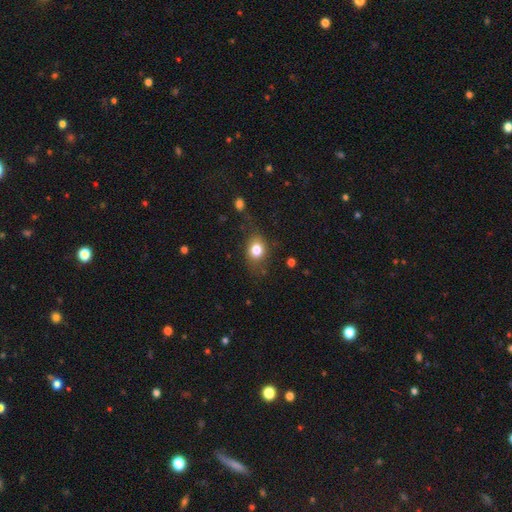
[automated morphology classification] Smooth or featured? Predicted: smooth (p=0.77). How rounded? Predicted: in between (p=0.50). Merging? Predicted: none (p=0.71).